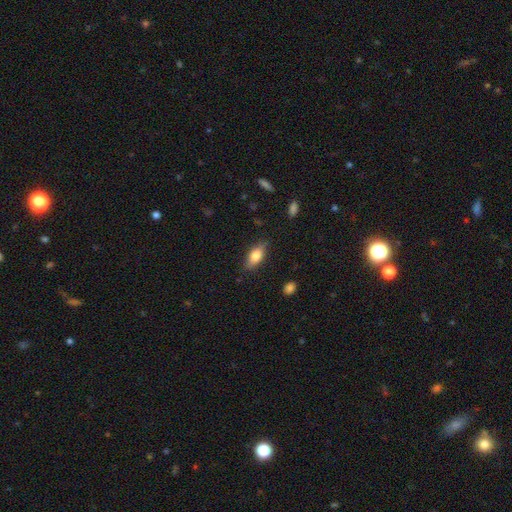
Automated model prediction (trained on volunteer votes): This appears to be a smooth galaxy with no disk features (67%) that is in between round and cigar-shaped (77%). Merging: none (81%).